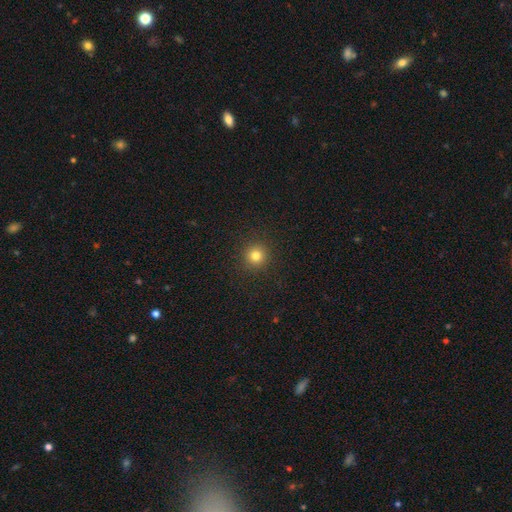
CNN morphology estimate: A smooth galaxy with no disk features (81%) that is round (95%). Merging: none (92%).